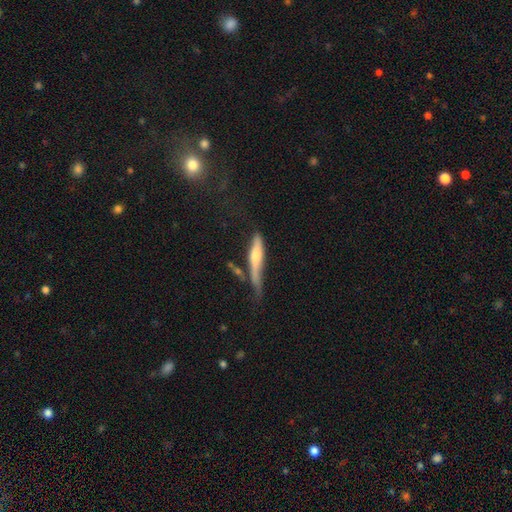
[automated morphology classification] Smooth or featured: smooth — 50% (featured or disk — 44%)
Merging: none — 40% (minor disturbance — 30%)